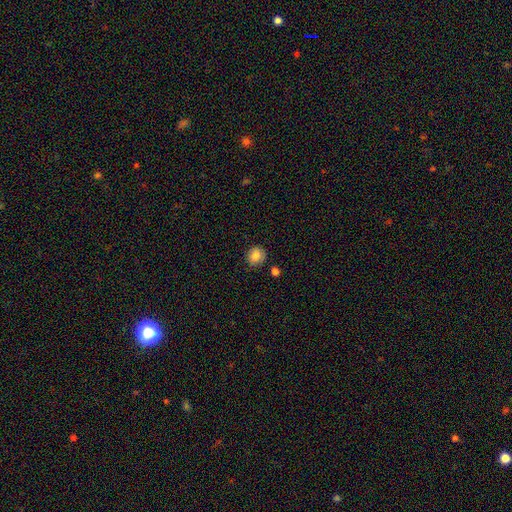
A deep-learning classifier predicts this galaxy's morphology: Overall: smooth (83%). How rounded: round (80%). Merging: none (82%).